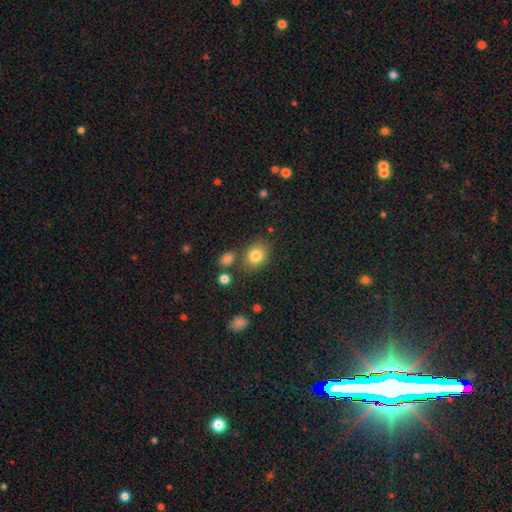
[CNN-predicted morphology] Q: Smooth or featured?
A: smooth (82%); runner-up: star or artifact (11%)
Q: How rounded?
A: in between (51%); runner-up: round (48%)
Q: Merging?
A: none (73%); runner-up: minor disturbance (13%)